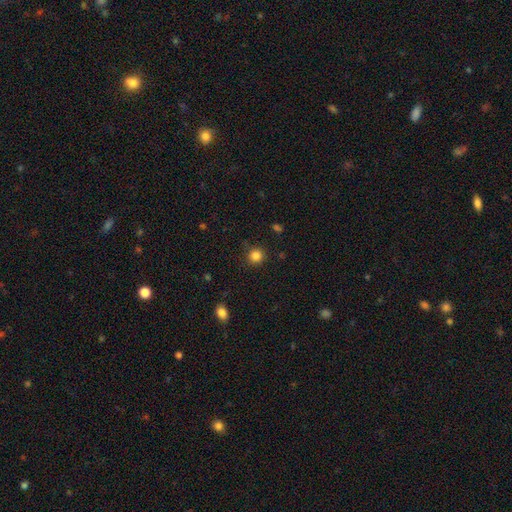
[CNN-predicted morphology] This is clearly a smooth galaxy (85%). How rounded: clearly round (93%). Merging: clearly none (89%).